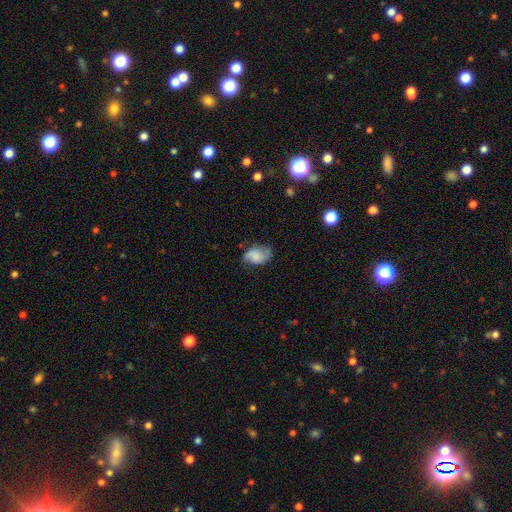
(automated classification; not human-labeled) Q: Smooth or featured?
A: smooth (46%); runner-up: featured or disk (45%)
Q: Merging?
A: none (62%); runner-up: minor disturbance (26%)